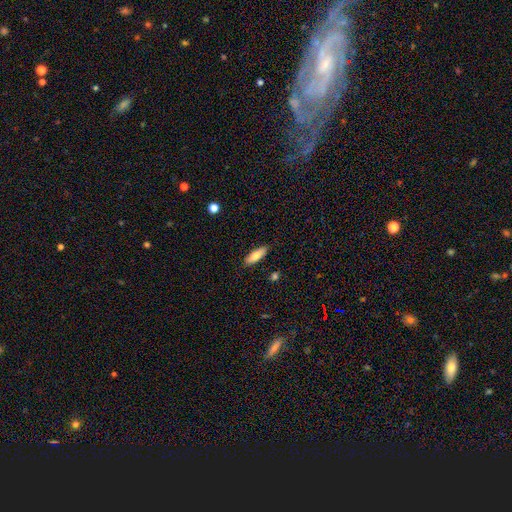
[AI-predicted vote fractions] Smooth or featured? Predicted: smooth (p=0.75). How rounded? Predicted: in between (p=0.61). Merging? Predicted: none (p=0.86).